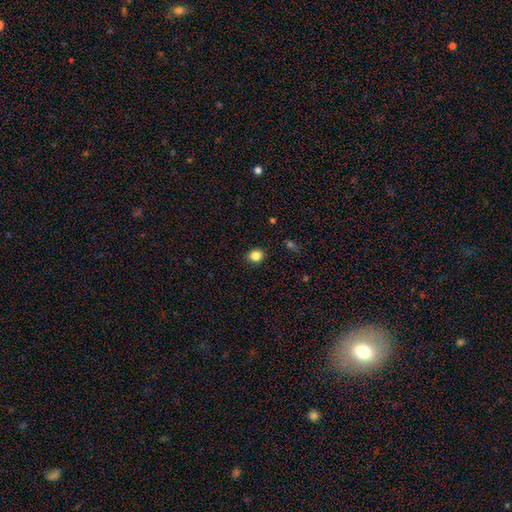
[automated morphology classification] A smooth galaxy with no disk features (84%) that is round (68%).

Vote fractions:
- Smooth or featured? smooth: 84% / star or artifact: 11% / featured or disk: 4%
- How rounded? round: 68% / in between: 31% / cigar-shaped: 1%
- Merging? none: 90% / minor disturbance: 7% / major disturbance: 2% / merger: 1%